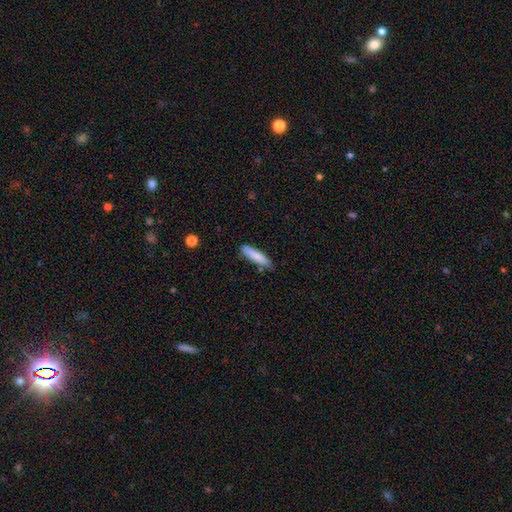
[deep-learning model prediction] Overall: smooth (82%). How rounded: cigar-shaped (79%). Merging: none (78%).